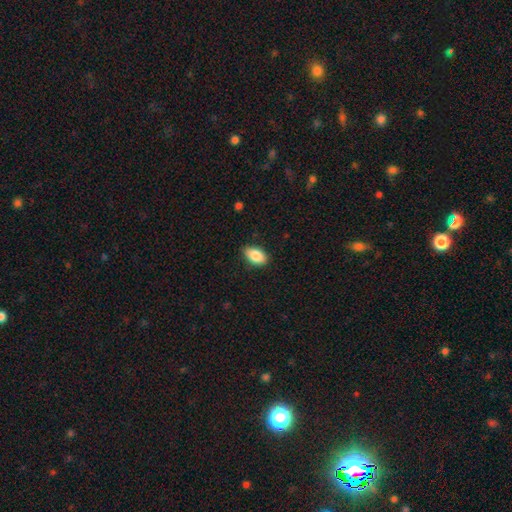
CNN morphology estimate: smooth-or-featured: smooth: 86% | featured or disk: 7% | star or artifact: 7%
  how-rounded: in between: 91% | round: 7% | cigar-shaped: 2%
  merging: none: 82% | minor disturbance: 15% | major disturbance: 2% | merger: 1%